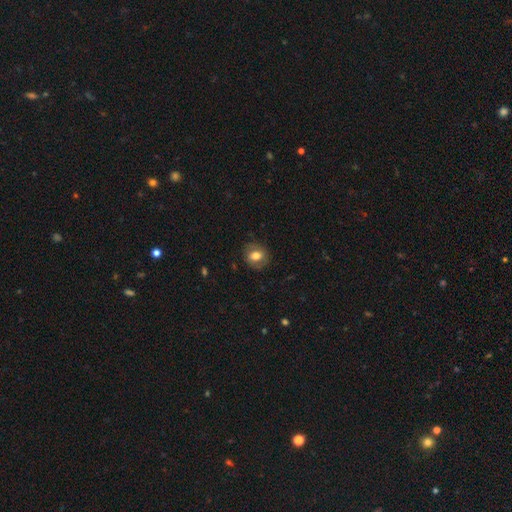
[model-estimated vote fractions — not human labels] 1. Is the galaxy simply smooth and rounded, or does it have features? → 67% smooth, 24% featured or disk, 9% star or artifact.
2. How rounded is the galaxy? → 64% round, 35% in between, 1% cigar-shaped.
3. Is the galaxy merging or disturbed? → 82% none, 13% minor disturbance, 4% major disturbance, 1% merger.